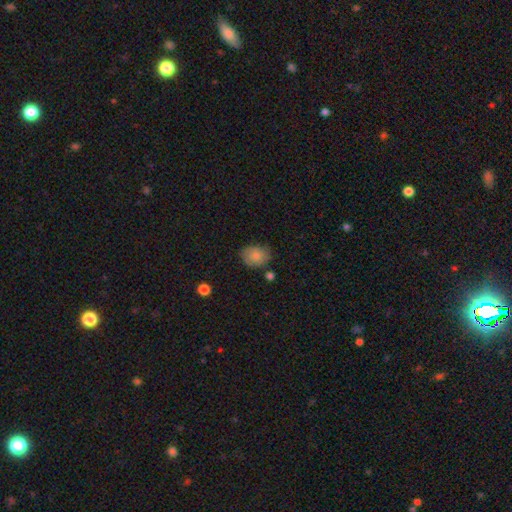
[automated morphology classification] Smooth or featured? smooth (82%)
How rounded? in between (54%)
Merging? none (71%)